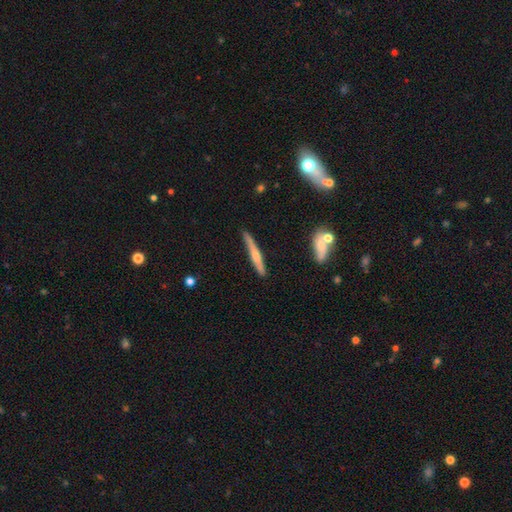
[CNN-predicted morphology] featured or disk 54%, smooth 40%, star or artifact 6%. Down the decision tree: edge-on disk — yes (96%); edge-on bulge — rounded (76%); merging — none (83%).